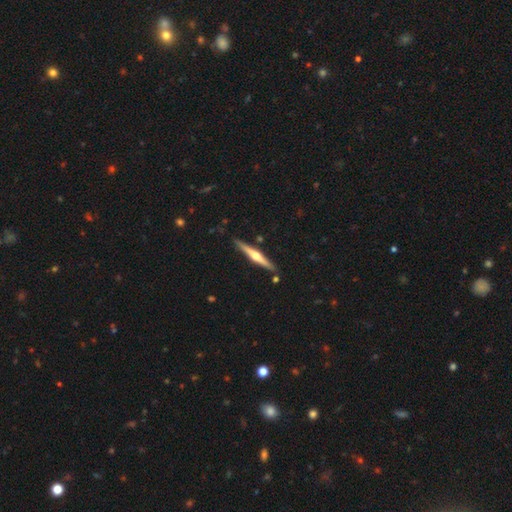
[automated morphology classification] Smooth or featured?
  - featured or disk: 71% *
  - smooth: 24%
  - star or artifact: 5%
Edge-on disk?
  - yes: 98% *
  - no: 2%
Edge-on bulge?
  - rounded: 92% *
  - none: 5%
  - boxy: 3%
Merging?
  - none: 88% *
  - minor disturbance: 8%
  - merger: 2%
  - major disturbance: 1%